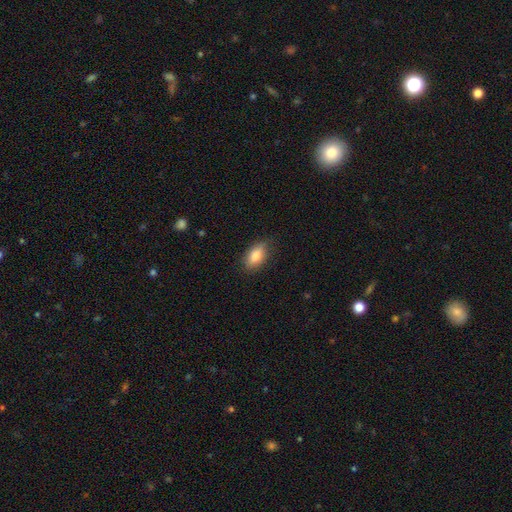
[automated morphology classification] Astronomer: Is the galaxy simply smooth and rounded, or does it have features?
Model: smooth — 83%.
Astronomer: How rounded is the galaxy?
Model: in between — 89%.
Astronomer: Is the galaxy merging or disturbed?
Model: none — 82%.